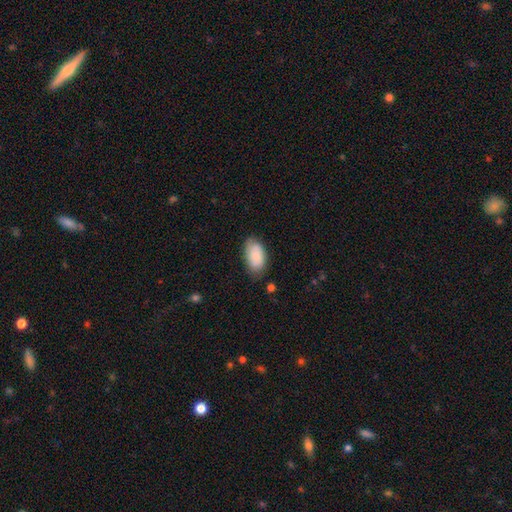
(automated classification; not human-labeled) Smooth or featured?
  - smooth: 77% *
  - featured or disk: 17%
  - star or artifact: 7%
How rounded?
  - in between: 94% *
  - round: 4%
  - cigar-shaped: 2%
Merging?
  - none: 72% *
  - minor disturbance: 22%
  - major disturbance: 4%
  - merger: 2%